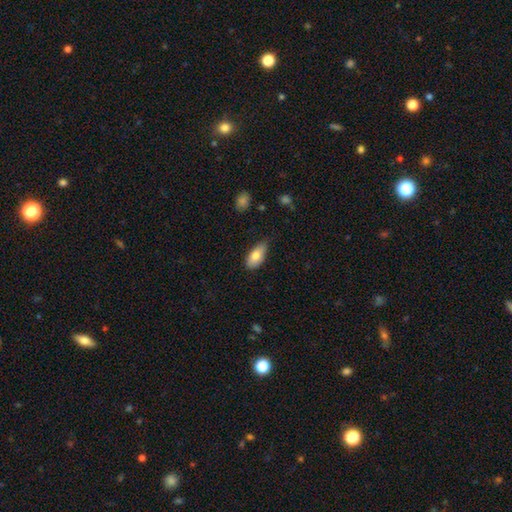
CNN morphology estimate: The model was most divided on "merging": none: 65%, minor disturbance: 29%, major disturbance: 4%, merger: 1%. More confident: how rounded — in between (90%); smooth or featured — smooth (79%).